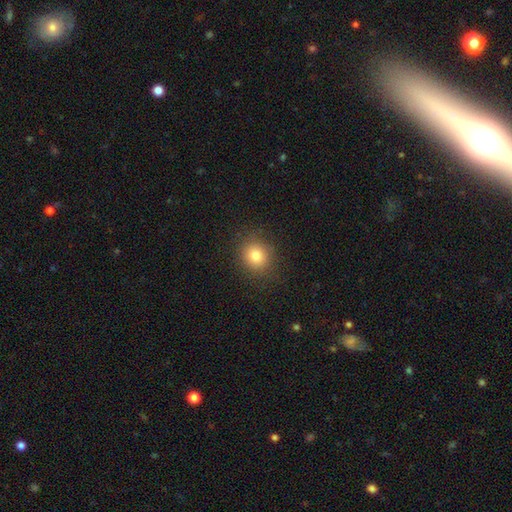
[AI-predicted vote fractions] smooth-or-featured: smooth: 80% | star or artifact: 12% | featured or disk: 8%
  how-rounded: round: 81% | in between: 18% | cigar-shaped: 1%
  merging: none: 86% | minor disturbance: 9% | major disturbance: 3% | merger: 1%